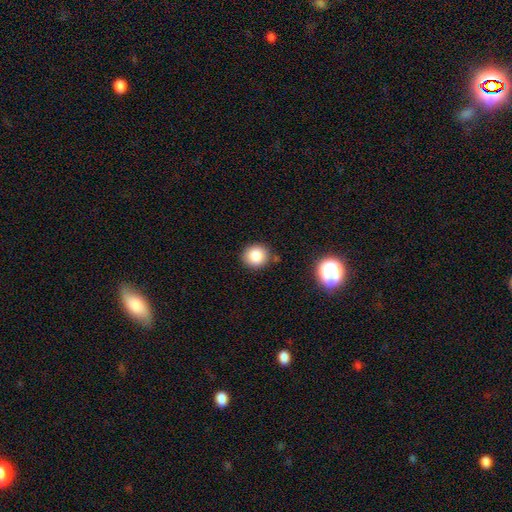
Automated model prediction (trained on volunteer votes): A smooth galaxy with no disk features (85%) that is round (87%).

Vote fractions:
- Smooth or featured? smooth: 85% / star or artifact: 10% / featured or disk: 5%
- How rounded? round: 87% / in between: 12% / cigar-shaped: 1%
- Merging? none: 84% / minor disturbance: 10% / merger: 3% / major disturbance: 3%